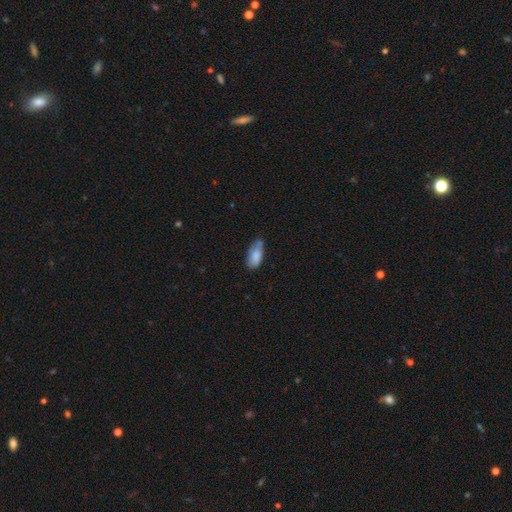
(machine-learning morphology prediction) smooth-or-featured: smooth: 80% | featured or disk: 12% | star or artifact: 8%
  how-rounded: in between: 88% | cigar-shaped: 9% | round: 3%
  merging: none: 46% | minor disturbance: 38% | major disturbance: 9% | merger: 7%